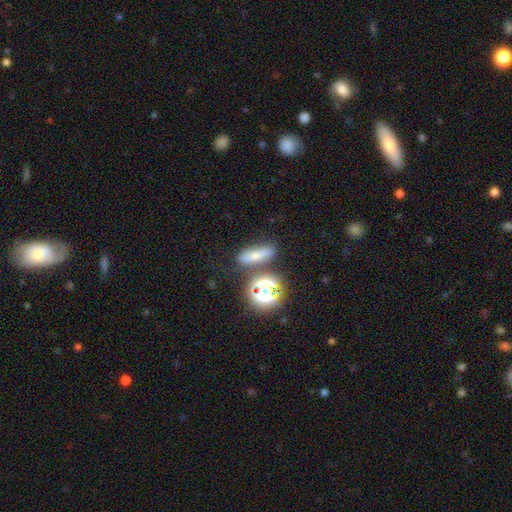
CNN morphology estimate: type=smooth (59%); roundness=in between (39%); merging=none (75%).